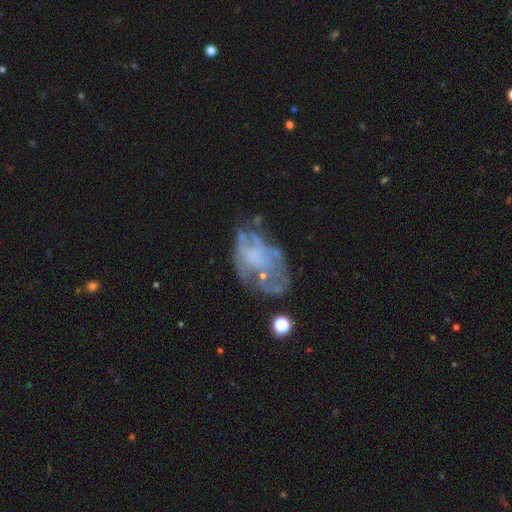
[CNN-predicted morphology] smooth-or-featured: featured or disk: 64% | smooth: 24% | star or artifact: 12%
  disk-edge-on: no: 97% | yes: 3%
    bar: no: 86% | weak: 11% | strong: 3%
    has-spiral-arms: no: 71% | yes: 29%
    bulge-size: none: 67% | small: 17% | moderate: 12% | large: 3% | dominant: 1%
  merging: none: 39% | major disturbance: 30% | minor disturbance: 24% | merger: 7%